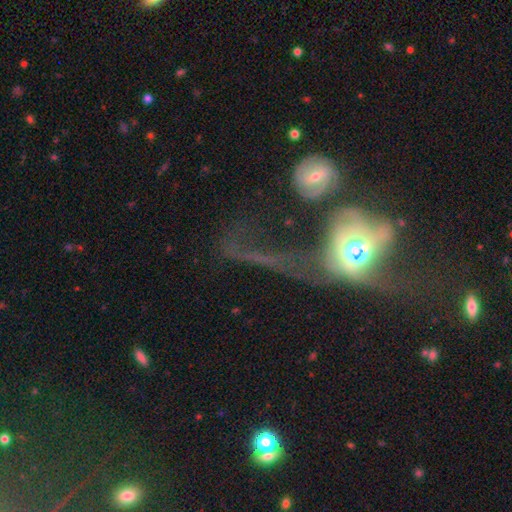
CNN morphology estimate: featured or disk 49%, smooth 29%, star or artifact 22%. Down the decision tree: merging — major disturbance (49%).